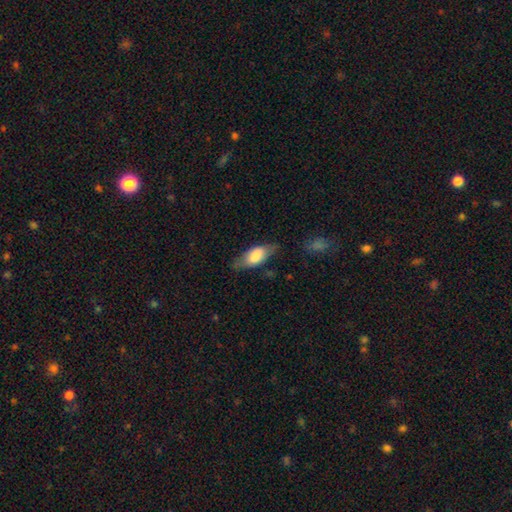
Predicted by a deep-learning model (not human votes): Smooth or featured? Predicted: smooth (p=0.72). How rounded? Predicted: in between (p=0.80). Merging? Predicted: none (p=0.68).